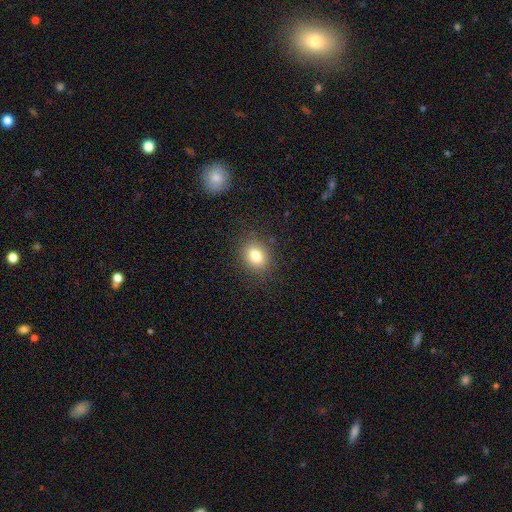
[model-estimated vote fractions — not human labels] The model was most divided on "how rounded": in between: 54%, round: 44%, cigar-shaped: 1%. More confident: merging — none (85%); smooth or featured — smooth (81%).